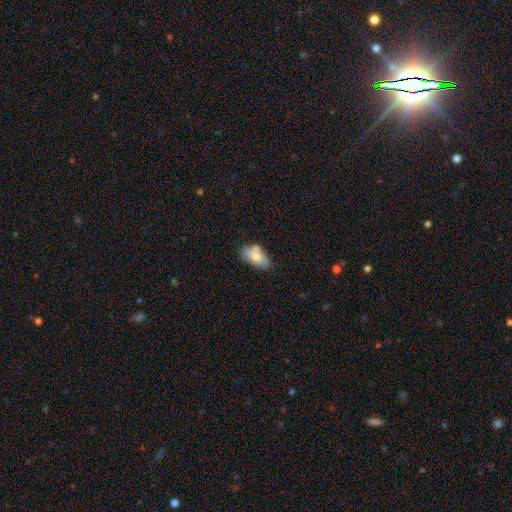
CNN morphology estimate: type=smooth (74%); roundness=in between (92%); merging=none (53%).